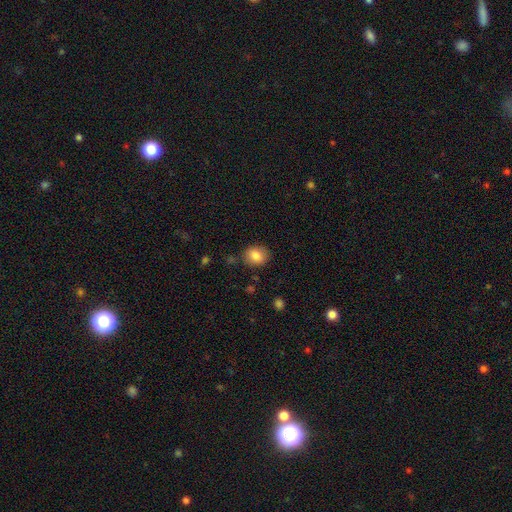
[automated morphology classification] type=smooth (83%); roundness=round (66%); merging=none (83%).